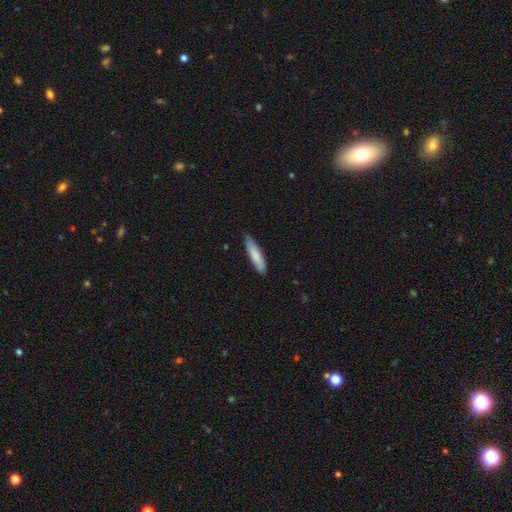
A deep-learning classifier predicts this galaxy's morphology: Smooth or featured? Predicted: smooth (p=0.82). How rounded? Predicted: cigar-shaped (p=0.80). Merging? Predicted: none (p=0.84).